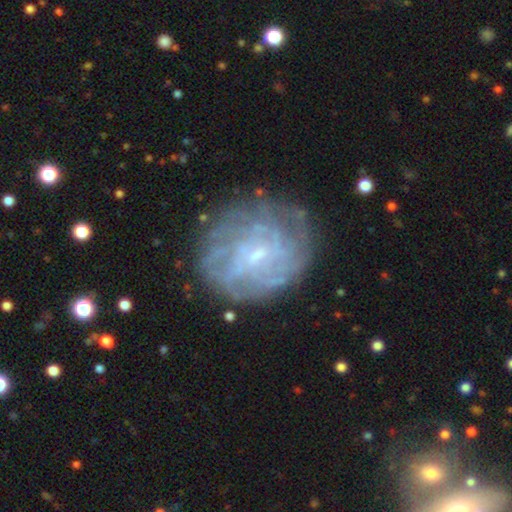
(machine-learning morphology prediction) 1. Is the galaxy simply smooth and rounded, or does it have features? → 71% featured or disk, 20% smooth, 9% star or artifact.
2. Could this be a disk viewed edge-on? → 97% no, 3% yes.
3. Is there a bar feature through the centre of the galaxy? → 47% no, 44% weak, 8% strong.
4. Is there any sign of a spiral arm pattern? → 76% yes, 24% no.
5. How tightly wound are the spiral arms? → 63% tight, 25% medium, 11% loose.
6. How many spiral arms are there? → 59% can't tell, 12% 4, 10% more than 4, 8% 3, 7% 2, 5% 1.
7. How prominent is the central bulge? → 68% small, 17% moderate, 13% none, 1% large, 1% dominant.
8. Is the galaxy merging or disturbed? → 75% none, 15% minor disturbance, 8% major disturbance, 2% merger.